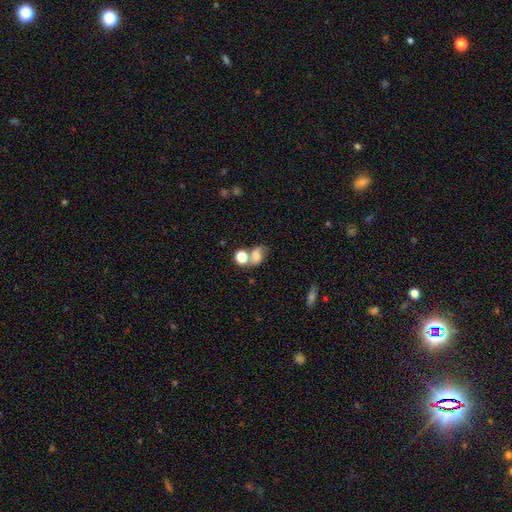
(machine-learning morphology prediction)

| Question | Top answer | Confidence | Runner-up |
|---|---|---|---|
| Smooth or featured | smooth | 66% | featured or disk (20%) |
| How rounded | in between | 63% | round (36%) |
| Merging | merger | 42% | none (32%) |